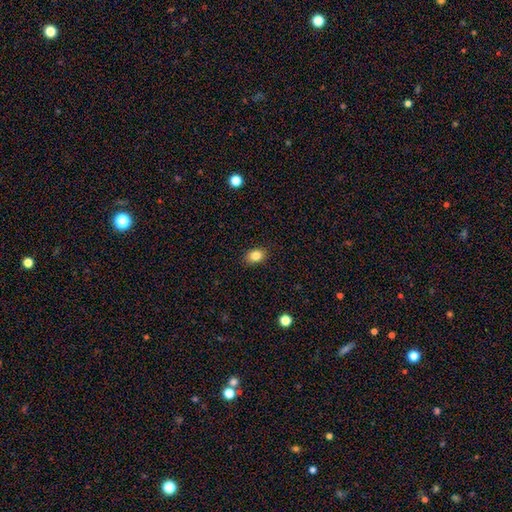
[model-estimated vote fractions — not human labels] This is clearly a smooth galaxy (84%). How rounded: likely in between (66%). Merging: clearly none (88%).